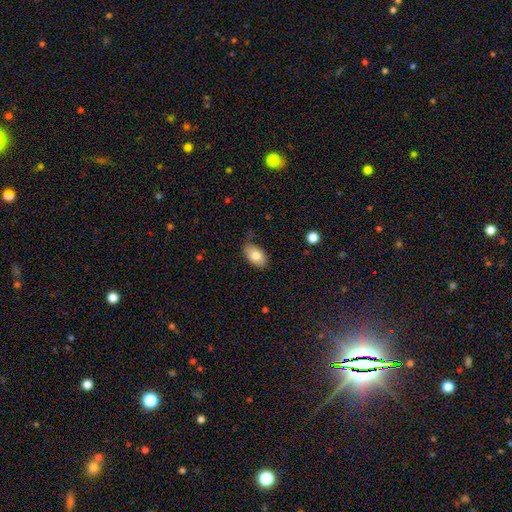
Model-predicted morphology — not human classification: This is likely a smooth galaxy (80%). How rounded: clearly in between (92%). Merging: likely none (74%).